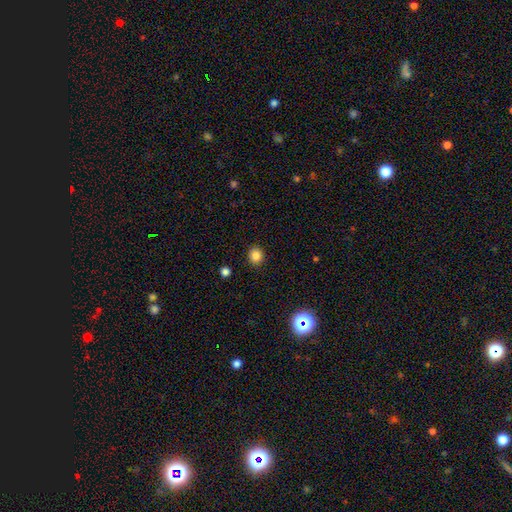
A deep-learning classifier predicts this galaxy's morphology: Q: Smooth or featured?
A: smooth (84%); runner-up: star or artifact (12%)
Q: How rounded?
A: round (78%); runner-up: in between (21%)
Q: Merging?
A: none (91%); runner-up: minor disturbance (6%)